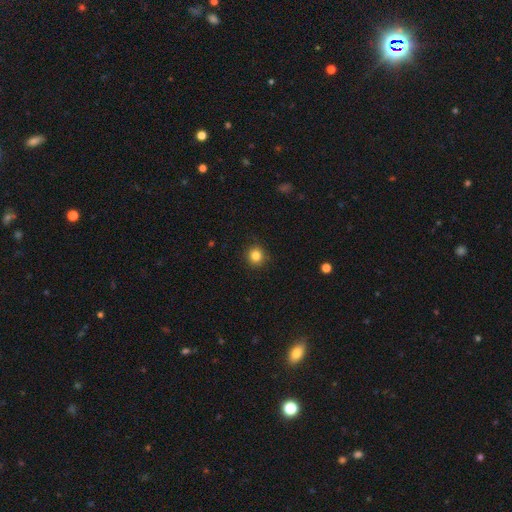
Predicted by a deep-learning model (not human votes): A smooth galaxy with no disk features (84%) that is round (92%). Merging: none (90%).